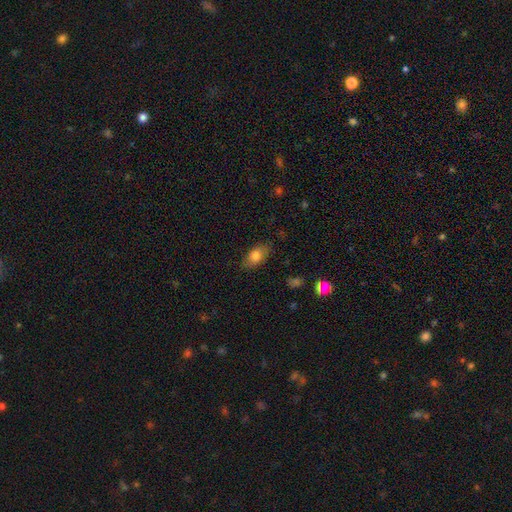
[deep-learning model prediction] Smooth or featured? smooth (79%)
How rounded? in between (88%)
Merging? none (79%)